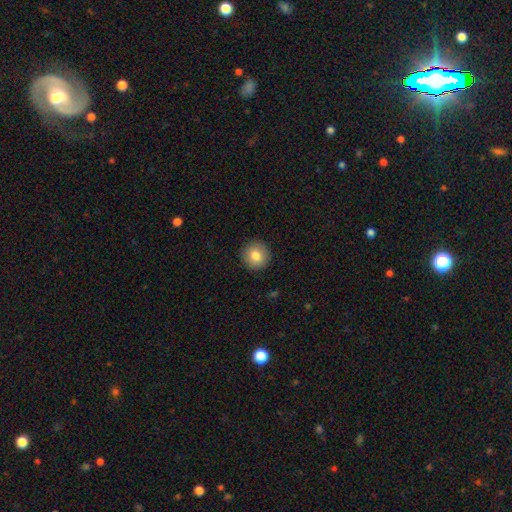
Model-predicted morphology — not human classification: Smooth or featured? smooth (82%)
How rounded? round (94%)
Merging? none (92%)